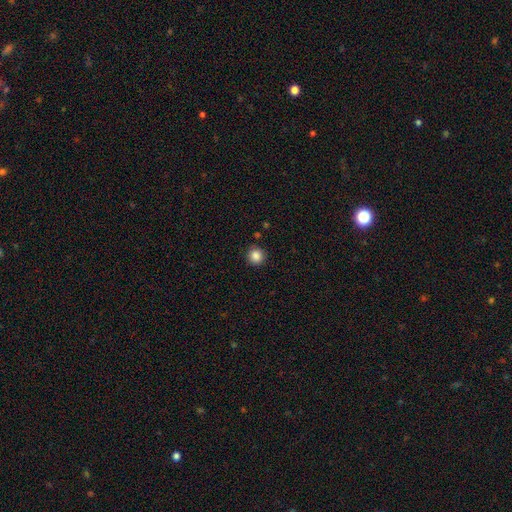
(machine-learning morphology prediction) A smooth galaxy with no disk features (86%) that is round (94%). Merging: none (90%).